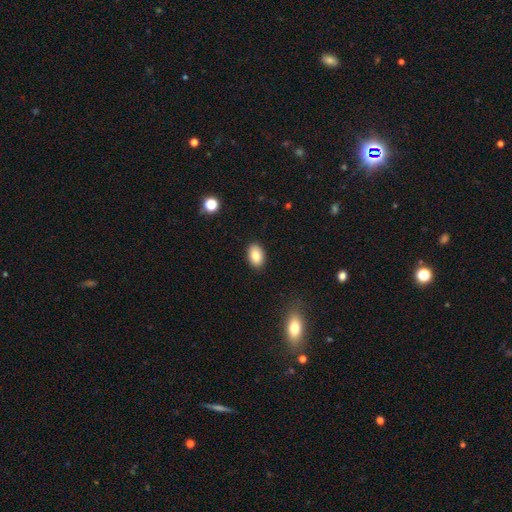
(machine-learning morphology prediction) The model was most divided on "smooth or featured": smooth: 83%, featured or disk: 9%, star or artifact: 8%. More confident: merging — none (88%); how rounded — in between (87%).